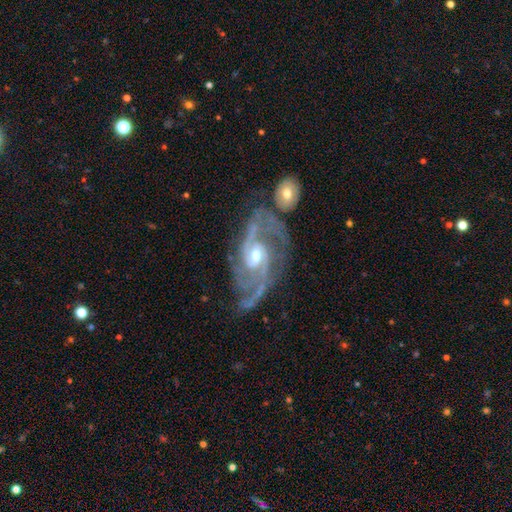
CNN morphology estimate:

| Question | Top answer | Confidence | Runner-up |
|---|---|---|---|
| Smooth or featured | featured or disk | 92% | star or artifact (5%) |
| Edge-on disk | no | 97% | yes (3%) |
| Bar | no | 45% | weak (41%) |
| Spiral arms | yes | 98% | no (2%) |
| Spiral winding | medium | 52% | tight (28%) |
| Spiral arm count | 2 | 60% | 3 (18%) |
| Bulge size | moderate | 67% | small (26%) |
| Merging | none | 52% | minor disturbance (20%) |